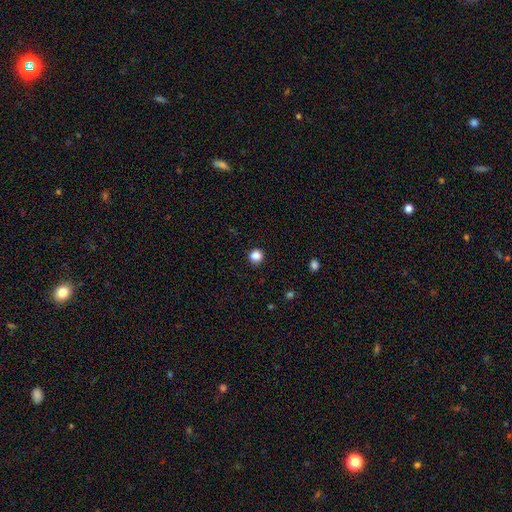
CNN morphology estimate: A smooth galaxy with no disk features (86%) that is round (92%).

Vote fractions:
- Smooth or featured? smooth: 86% / star or artifact: 12% / featured or disk: 3%
- How rounded? round: 92% / in between: 7% / cigar-shaped: 1%
- Merging? none: 91% / minor disturbance: 6% / major disturbance: 2% / merger: 1%